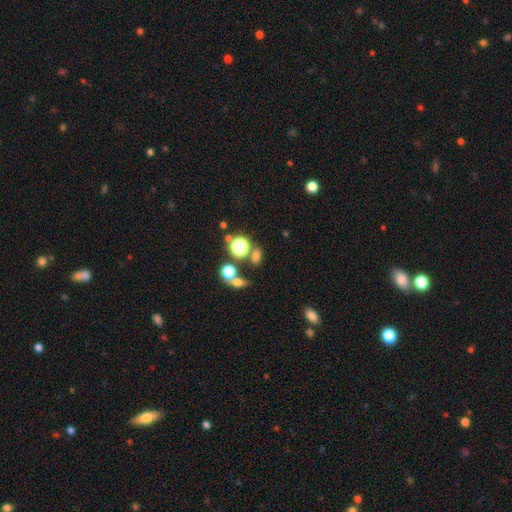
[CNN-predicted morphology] Smooth or featured? smooth (66%)
How rounded? in between (56%)
Merging? none (62%)